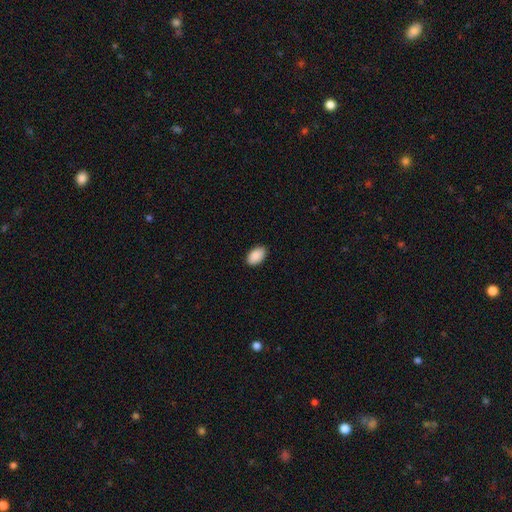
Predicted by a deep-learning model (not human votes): Morphology: type=smooth (91%); roundness=in between (94%); merging=none (89%).